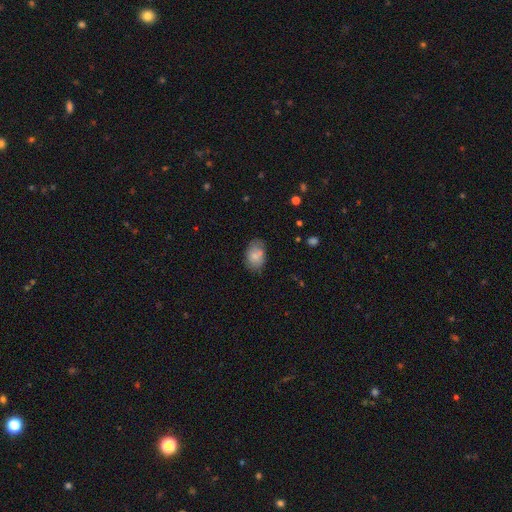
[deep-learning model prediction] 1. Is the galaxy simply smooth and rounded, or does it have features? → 75% smooth, 16% featured or disk, 9% star or artifact.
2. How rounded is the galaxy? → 84% in between, 15% round, 1% cigar-shaped.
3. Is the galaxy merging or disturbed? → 63% none, 21% minor disturbance, 10% merger, 5% major disturbance.